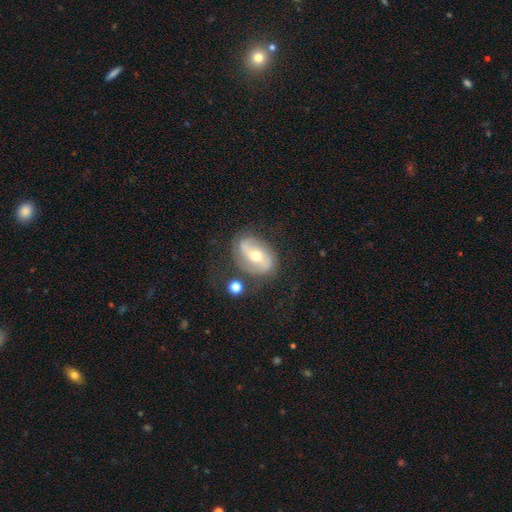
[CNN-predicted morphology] Smooth or featured: featured or disk — 74% (smooth — 19%)
Edge-on disk: no — 95% (yes — 5%)
Bar: no — 37% (weak — 34%)
Spiral arms: yes — 88% (no — 12%)
Spiral winding: loose — 40% (medium — 39%)
Spiral arm count: 2 — 86% (can't tell — 7%)
Bulge size: moderate — 66% (small — 29%)
Merging: none — 70% (minor disturbance — 18%)